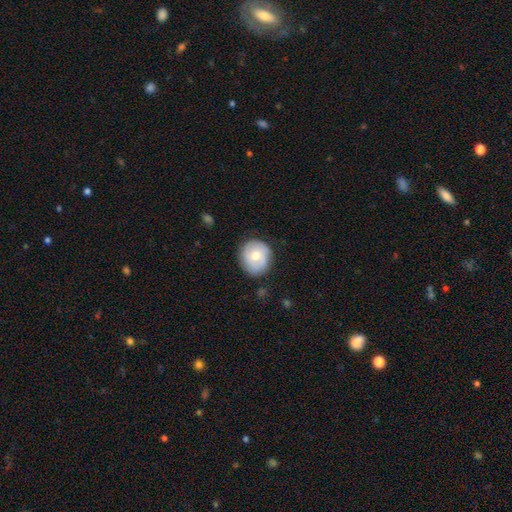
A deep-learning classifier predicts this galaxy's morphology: Q: Smooth or featured?
A: smooth (60%); runner-up: featured or disk (34%)
Q: How rounded?
A: round (81%); runner-up: in between (19%)
Q: Merging?
A: none (79%); runner-up: minor disturbance (16%)